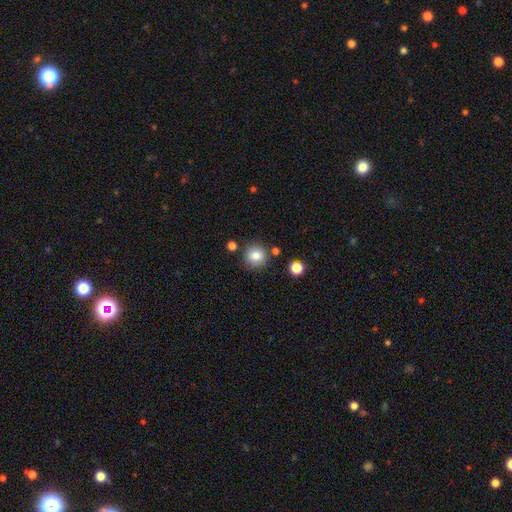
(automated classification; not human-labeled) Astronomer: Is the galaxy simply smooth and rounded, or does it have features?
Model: smooth — 83%.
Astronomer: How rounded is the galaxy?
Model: round — 94%.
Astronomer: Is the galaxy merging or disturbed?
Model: none — 84%.